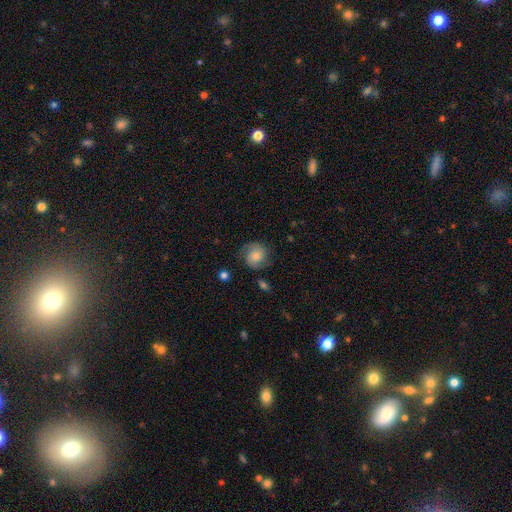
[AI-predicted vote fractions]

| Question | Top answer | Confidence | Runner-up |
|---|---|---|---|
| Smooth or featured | featured or disk | 55% | smooth (36%) |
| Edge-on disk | no | 98% | yes (2%) |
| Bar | no | 73% | weak (23%) |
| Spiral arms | yes | 92% | no (8%) |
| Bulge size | moderate | 42% | small (41%) |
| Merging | none | 75% | minor disturbance (17%) |